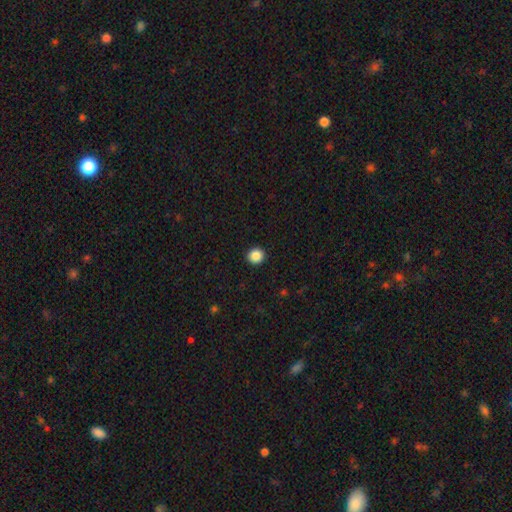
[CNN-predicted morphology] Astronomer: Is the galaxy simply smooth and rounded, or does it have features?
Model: smooth — 87%.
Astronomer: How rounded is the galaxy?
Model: round — 92%.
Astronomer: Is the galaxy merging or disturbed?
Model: none — 94%.